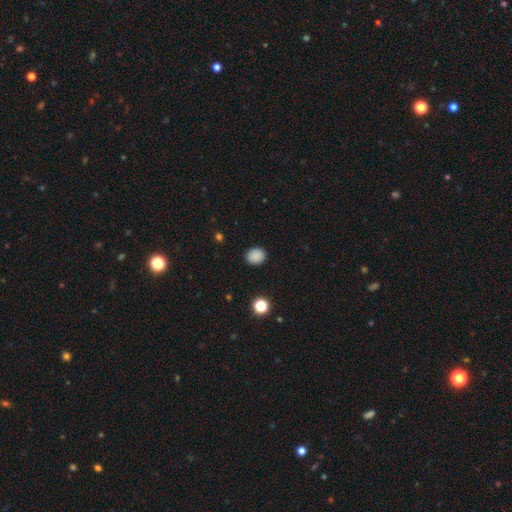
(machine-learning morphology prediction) The model was most divided on "how rounded": round: 71%, in between: 28%, cigar-shaped: 1%. More confident: merging — none (89%); smooth or featured — smooth (87%).